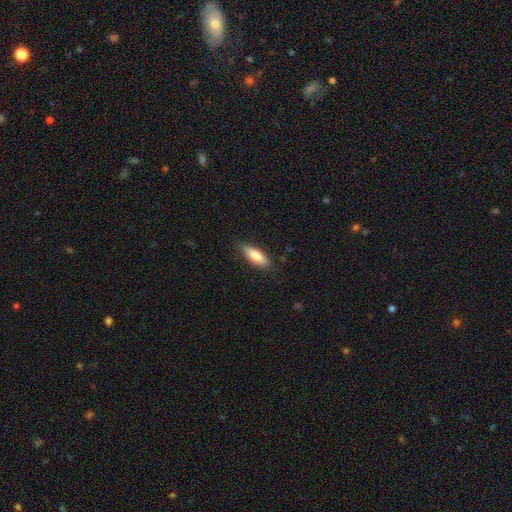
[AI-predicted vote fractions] smooth 79%, featured or disk 15%, star or artifact 6%. Down the decision tree: how rounded — in between (61%); merging — none (84%).